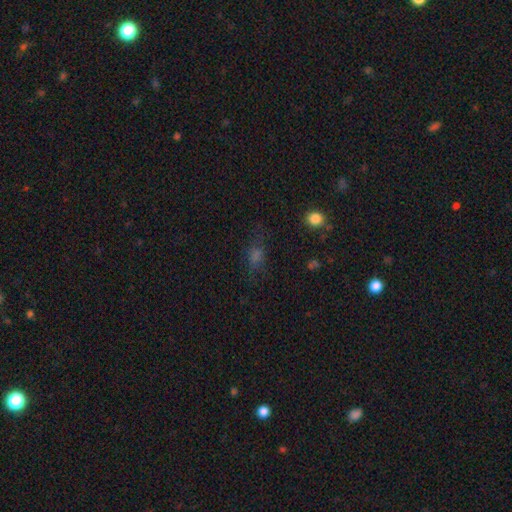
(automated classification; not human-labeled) A smooth galaxy with no disk features (53%) that is in between round and cigar-shaped (64%). Merging: none (67%).